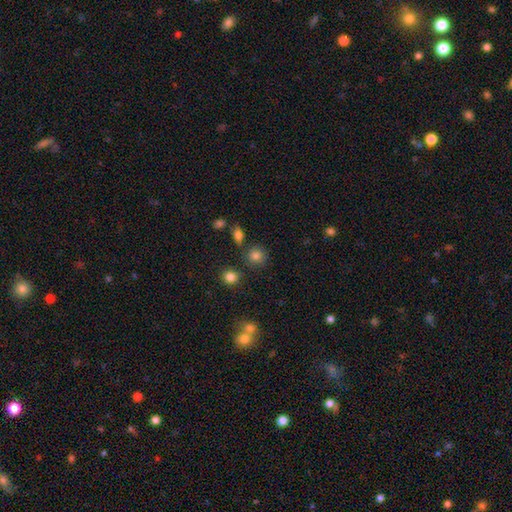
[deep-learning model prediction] A smooth galaxy with no disk features (81%) that is round (87%). Merging: none (80%).